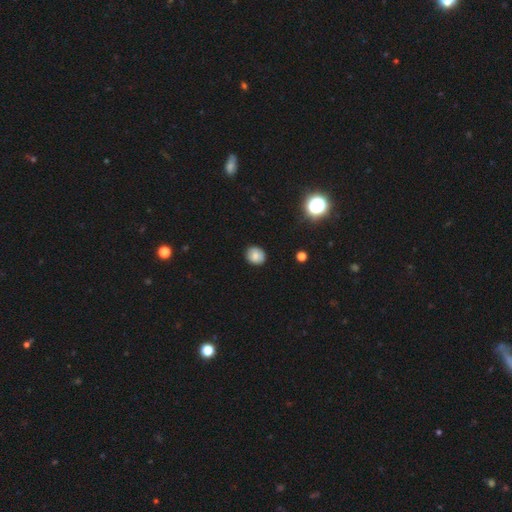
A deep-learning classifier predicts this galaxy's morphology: Smooth or featured: smooth — 80% (star or artifact — 11%)
How rounded: round — 73% (in between — 26%)
Merging: none — 86% (minor disturbance — 11%)